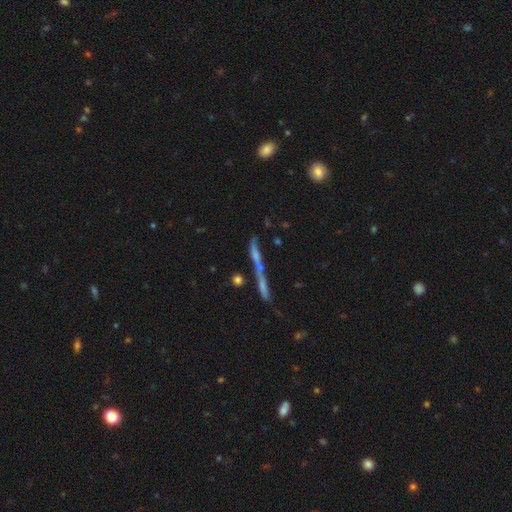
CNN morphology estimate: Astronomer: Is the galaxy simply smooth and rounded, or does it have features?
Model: featured or disk — 46% (runner-up: smooth, 38%).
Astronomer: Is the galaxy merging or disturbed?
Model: none — 41% (runner-up: merger, 40%).